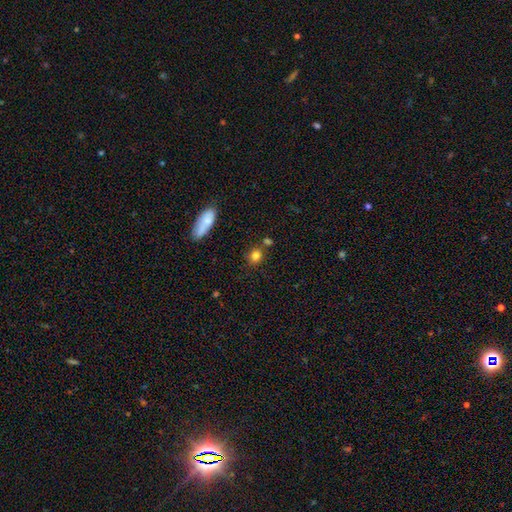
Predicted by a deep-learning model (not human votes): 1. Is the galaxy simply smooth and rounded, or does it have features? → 82% smooth, 11% star or artifact, 7% featured or disk.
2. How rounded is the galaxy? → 70% round, 27% in between, 3% cigar-shaped.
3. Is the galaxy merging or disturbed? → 72% none, 12% minor disturbance, 12% merger, 4% major disturbance.